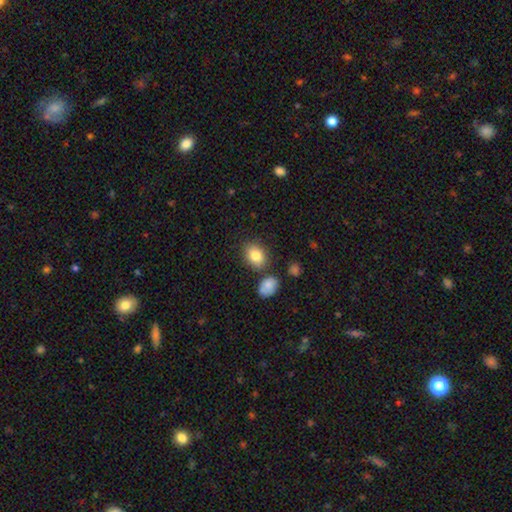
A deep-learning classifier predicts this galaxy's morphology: smooth_or_featured: smooth (p=0.82) [alt: featured or disk p=0.09]
how_rounded: in between (p=0.60) [alt: round p=0.39]
merging: none (p=0.76) [alt: minor disturbance p=0.13]